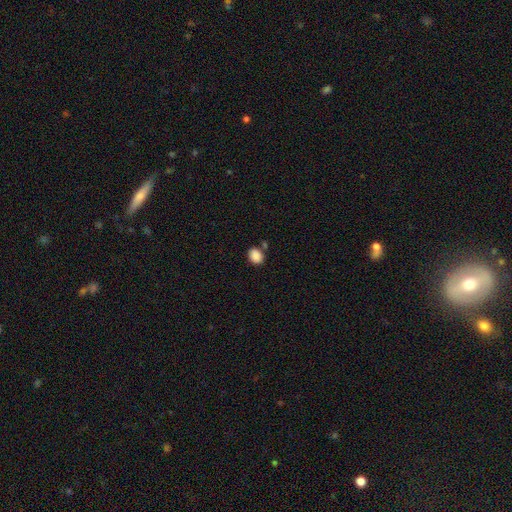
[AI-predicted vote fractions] A smooth galaxy with no disk features (88%) that is in between round and cigar-shaped (57%).

Vote fractions:
- Smooth or featured? smooth: 88% / star or artifact: 9% / featured or disk: 3%
- How rounded? in between: 57% / round: 42% / cigar-shaped: 1%
- Merging? none: 74% / minor disturbance: 13% / merger: 9% / major disturbance: 4%